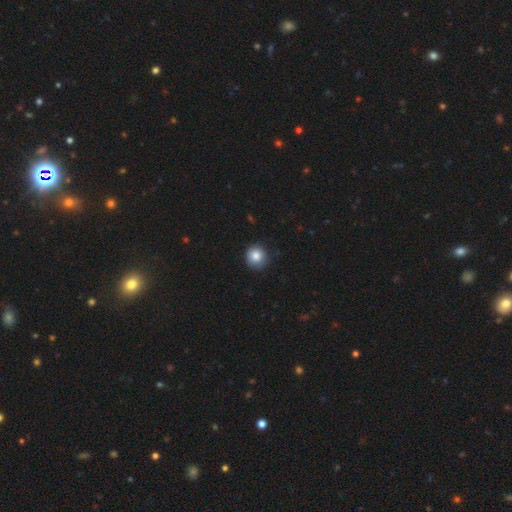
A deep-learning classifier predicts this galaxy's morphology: Smooth or featured? smooth (84%)
How rounded? round (93%)
Merging? none (86%)